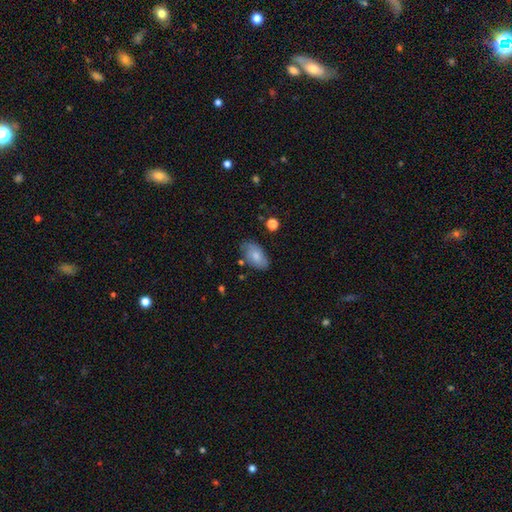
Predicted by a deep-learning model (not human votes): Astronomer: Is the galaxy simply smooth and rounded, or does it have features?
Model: smooth — 74%.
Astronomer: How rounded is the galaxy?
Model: in between — 93%.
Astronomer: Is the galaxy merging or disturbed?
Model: none — 71%.